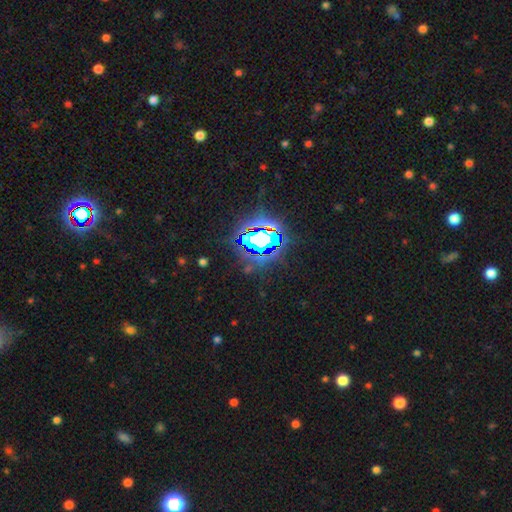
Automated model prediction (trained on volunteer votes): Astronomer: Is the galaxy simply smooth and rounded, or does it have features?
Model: star or artifact — 84%.